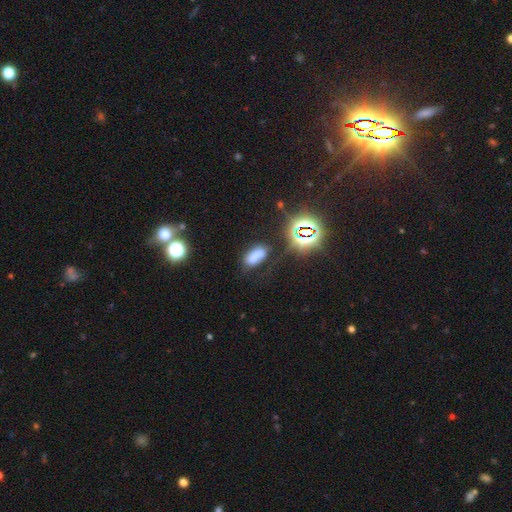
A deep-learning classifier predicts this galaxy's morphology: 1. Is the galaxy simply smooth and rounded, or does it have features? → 63% smooth, 22% star or artifact, 15% featured or disk.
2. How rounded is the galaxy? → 85% in between, 8% cigar-shaped, 7% round.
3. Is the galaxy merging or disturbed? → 51% none, 24% minor disturbance, 14% major disturbance, 12% merger.